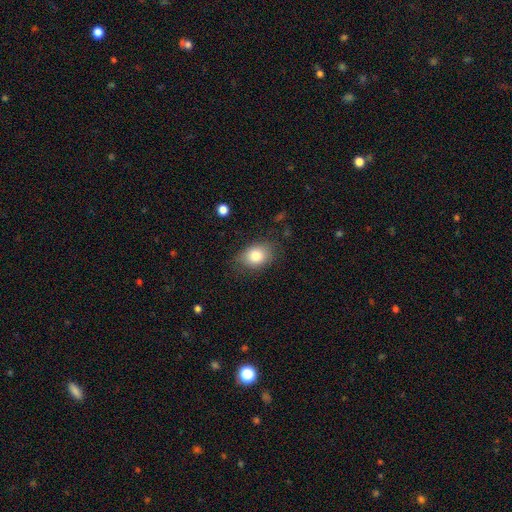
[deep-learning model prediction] Smooth or featured? smooth (82%)
How rounded? in between (71%)
Merging? none (76%)